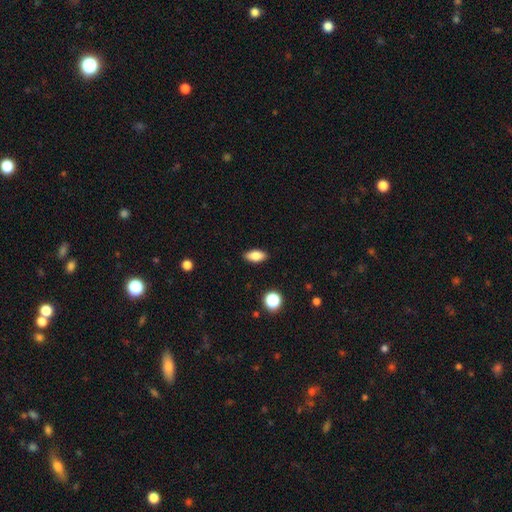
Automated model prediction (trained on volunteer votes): A smooth galaxy with no disk features (82%) that is in between round and cigar-shaped (87%).

Vote fractions:
- Smooth or featured? smooth: 82% / featured or disk: 10% / star or artifact: 9%
- How rounded? in between: 87% / cigar-shaped: 9% / round: 5%
- Merging? none: 89% / minor disturbance: 8% / major disturbance: 2% / merger: 1%